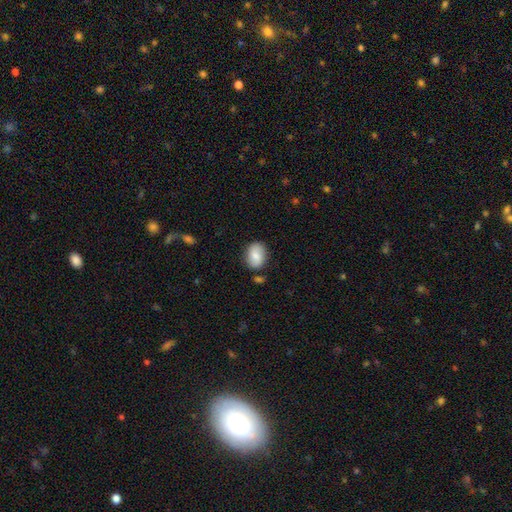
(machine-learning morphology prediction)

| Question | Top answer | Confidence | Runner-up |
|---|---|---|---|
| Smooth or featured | smooth | 78% | featured or disk (15%) |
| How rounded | in between | 70% | round (28%) |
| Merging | none | 78% | minor disturbance (15%) |